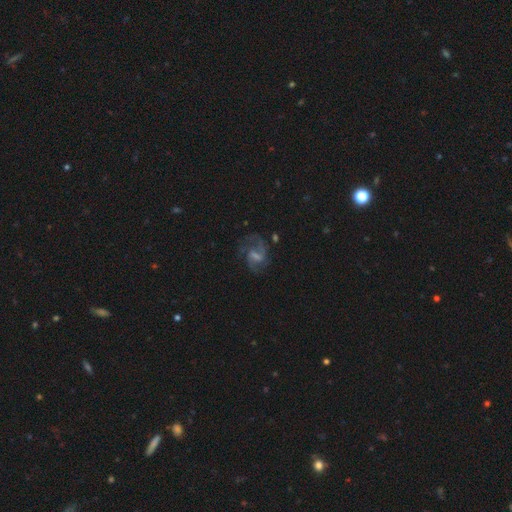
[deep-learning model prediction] The model was most divided on "bulge size": small: 35%, moderate: 31%, none: 27%, large: 6%, dominant: 1%. Remaining: edge-on disk — no (97%); spiral arms — yes (93%); smooth or featured — featured or disk (76%); spiral arm count — 2 (70%); merging — none (64%); bar — weak (56%); spiral winding — medium (50%).